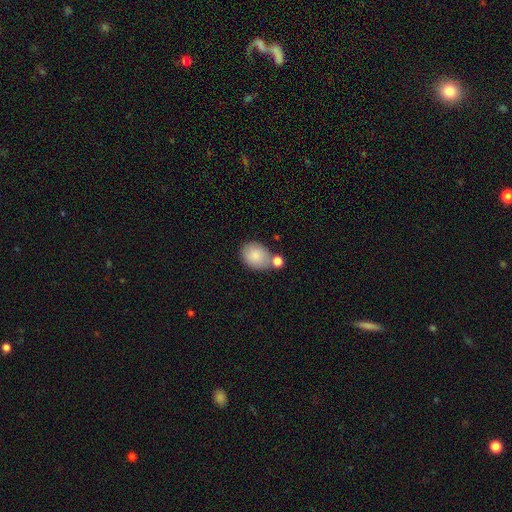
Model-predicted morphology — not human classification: Smooth or featured? Predicted: smooth (p=0.84). How rounded? Predicted: in between (p=0.64). Merging? Predicted: none (p=0.59).